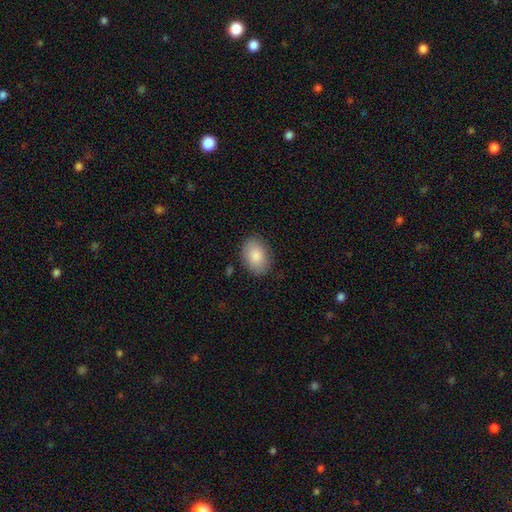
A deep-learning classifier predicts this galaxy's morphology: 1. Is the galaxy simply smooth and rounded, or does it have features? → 86% smooth, 7% featured or disk, 7% star or artifact.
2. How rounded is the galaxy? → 81% in between, 18% round, 1% cigar-shaped.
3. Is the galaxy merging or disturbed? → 86% none, 10% minor disturbance, 3% major disturbance, 1% merger.